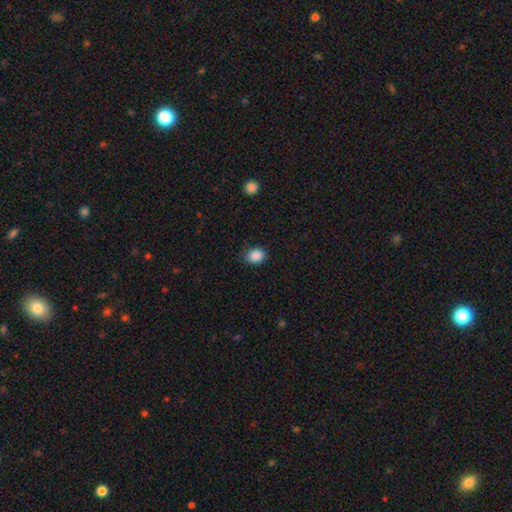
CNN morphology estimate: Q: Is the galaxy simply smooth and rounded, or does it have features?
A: smooth — 88%.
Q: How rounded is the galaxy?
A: round — 51%.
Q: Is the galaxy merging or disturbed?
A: none — 79%.